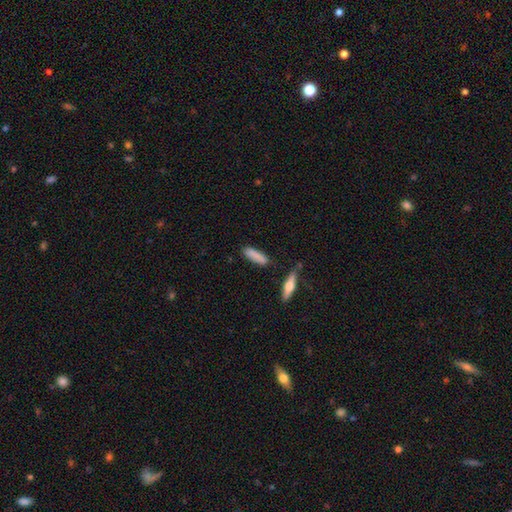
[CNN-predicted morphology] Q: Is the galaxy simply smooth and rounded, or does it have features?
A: smooth — 84%.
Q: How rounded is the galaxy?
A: cigar-shaped — 66%.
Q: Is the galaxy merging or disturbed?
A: none — 80%.